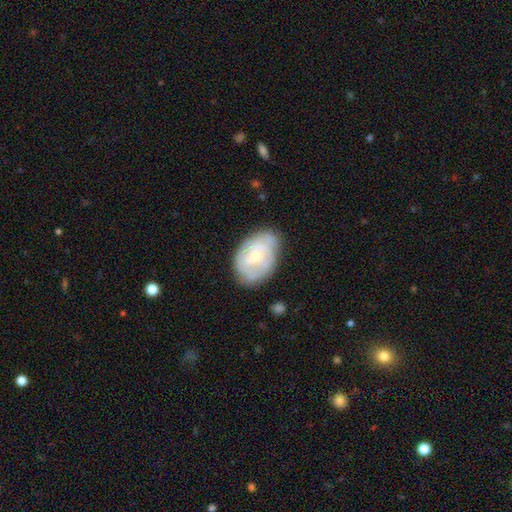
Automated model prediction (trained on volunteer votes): Overall: featured or disk (60%; smooth 34%). Edge-on disk: no (96%). Bar: no (62%; weak 33%). Spiral arms: yes (69%; no 31%). Bulge size: small (60%; moderate 34%). Merging: none (68%).